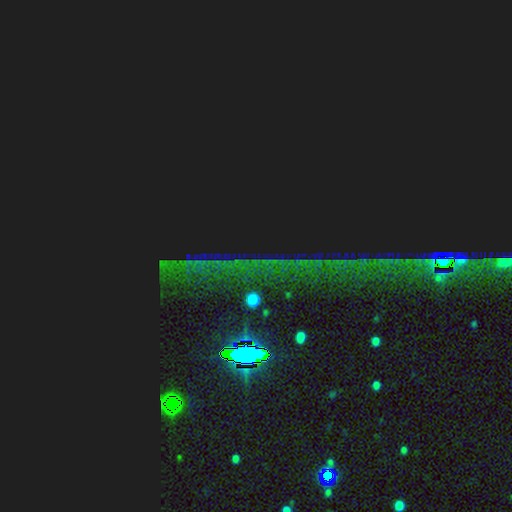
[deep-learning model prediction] A star or artifact, not a galaxy (86%).